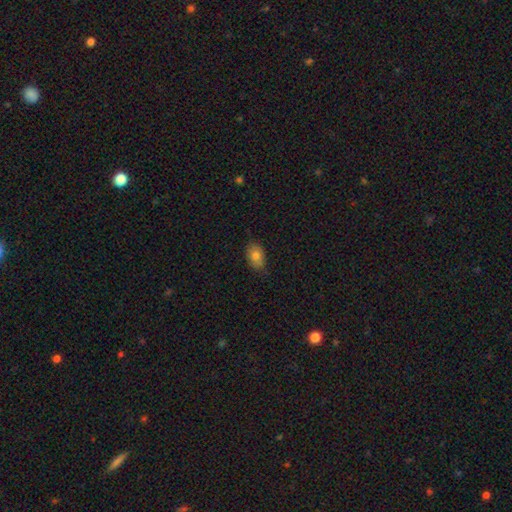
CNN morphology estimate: Smooth or featured: smooth — 81% (featured or disk — 11%)
How rounded: in between — 87% (round — 12%)
Merging: none — 79% (minor disturbance — 17%)